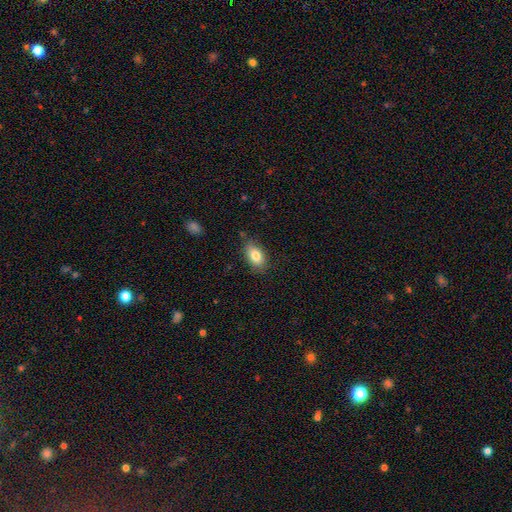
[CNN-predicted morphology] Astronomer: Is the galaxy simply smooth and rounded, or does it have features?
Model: smooth — 81%.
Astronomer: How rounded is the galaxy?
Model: in between — 89%.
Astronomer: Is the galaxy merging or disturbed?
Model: none — 79%.